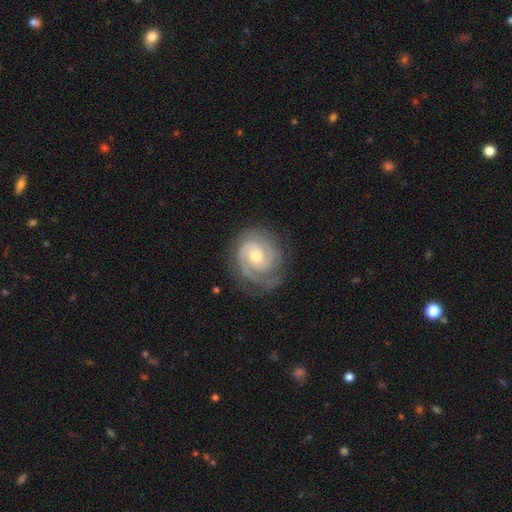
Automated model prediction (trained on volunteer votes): Morphology: type=featured or disk (90%); edge-on=no (98%); bar=no (62%); spiral arms=yes (98%); winding=tight (74%); arm count=2 (66%); bulge=moderate (57%); merging=none (79%).